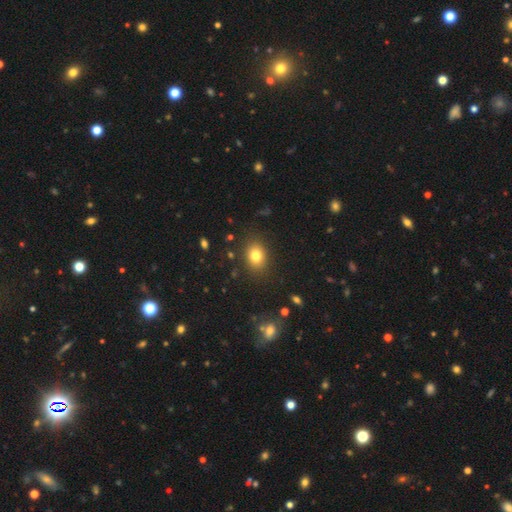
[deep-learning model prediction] A smooth galaxy with no disk features (79%) that is in between round and cigar-shaped (53%).

Vote fractions:
- Smooth or featured? smooth: 79% / star or artifact: 12% / featured or disk: 9%
- How rounded? in between: 53% / round: 46% / cigar-shaped: 1%
- Merging? none: 87% / minor disturbance: 9% / major disturbance: 3% / merger: 1%